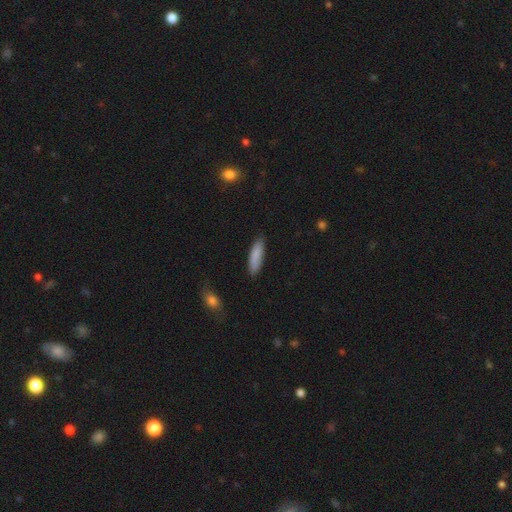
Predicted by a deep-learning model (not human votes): This appears to be a smooth galaxy with no disk features (85%) that is cigar-shaped (63%). Merging: none (84%).